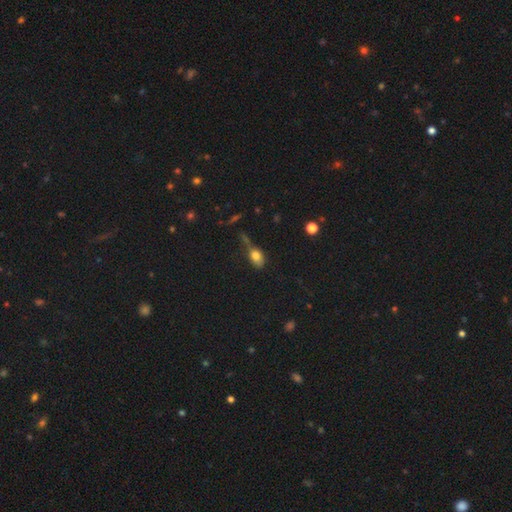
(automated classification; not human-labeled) smooth-or-featured: smooth: 75% | featured or disk: 13% | star or artifact: 11%
  how-rounded: in between: 80% | round: 16% | cigar-shaped: 4%
  merging: none: 38% | minor disturbance: 25% | major disturbance: 19% | merger: 18%